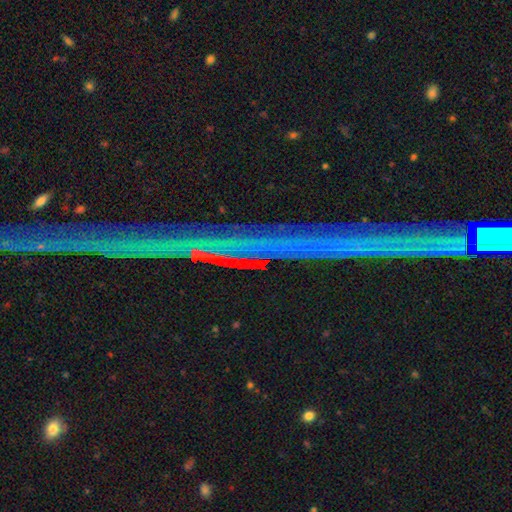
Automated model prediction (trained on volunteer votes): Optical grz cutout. It shows a star or artifact, not a galaxy (81%).